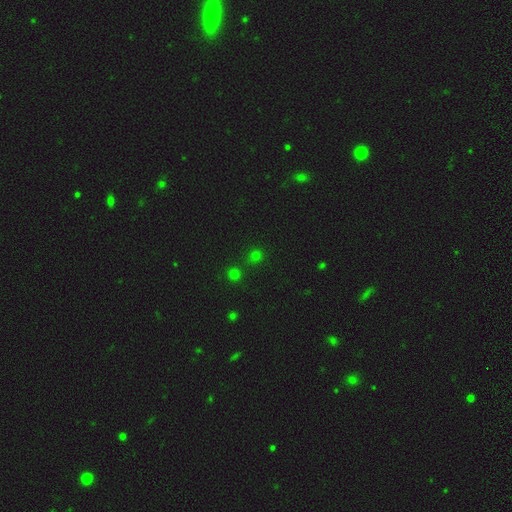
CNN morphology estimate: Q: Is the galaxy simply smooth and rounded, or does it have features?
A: smooth — 64%.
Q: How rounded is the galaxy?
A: round — 91%.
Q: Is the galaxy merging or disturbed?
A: none — 80%.